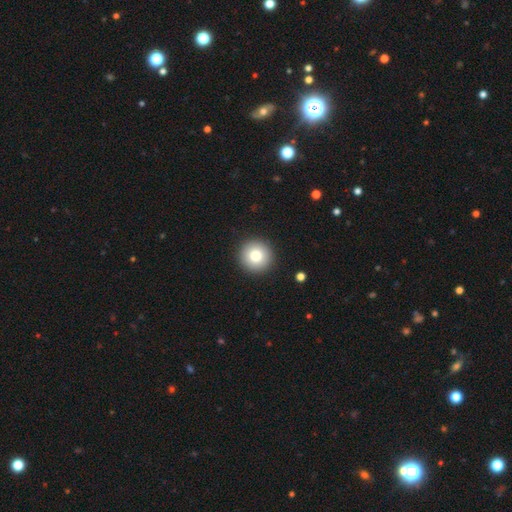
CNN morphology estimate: smooth 80%, featured or disk 10%, star or artifact 10%. Down the decision tree: how rounded — round (96%); merging — none (93%).